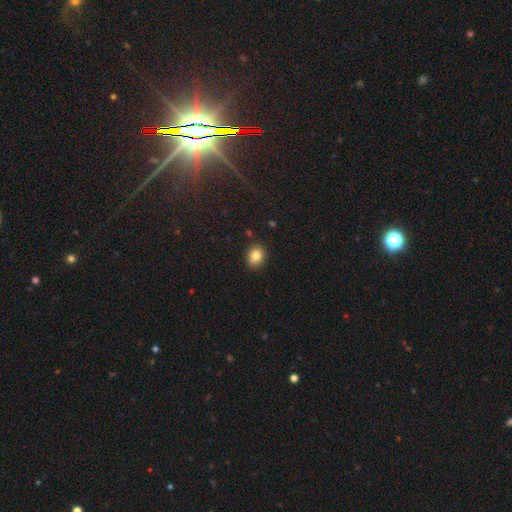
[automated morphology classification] Smooth or featured: smooth — 82% (star or artifact — 10%)
How rounded: in between — 51% (round — 48%)
Merging: none — 84% (minor disturbance — 12%)